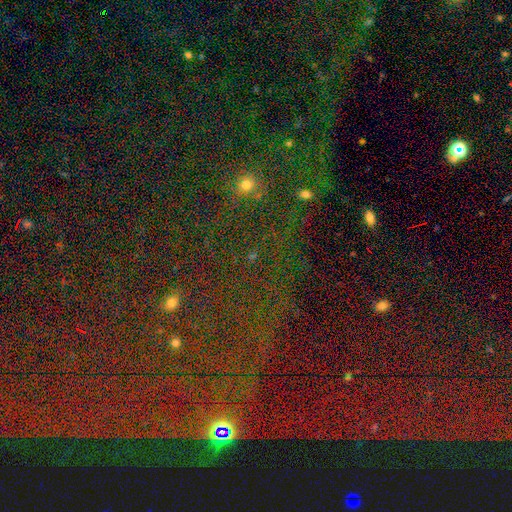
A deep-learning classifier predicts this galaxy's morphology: Smooth or featured?
  - star or artifact: 79% *
  - smooth: 12%
  - featured or disk: 9%